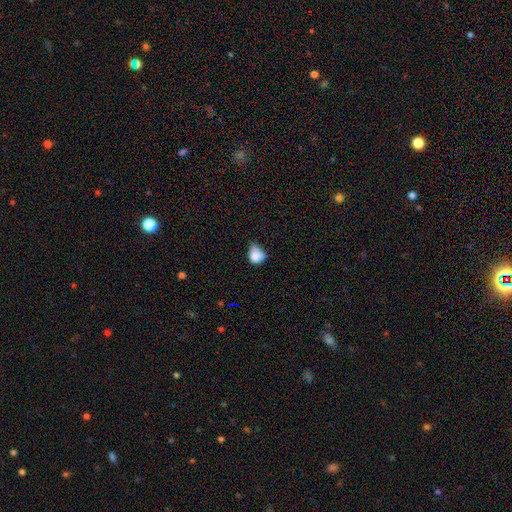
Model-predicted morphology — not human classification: Smooth or featured: smooth — 80% (star or artifact — 10%)
How rounded: round — 52% (in between — 47%)
Merging: minor disturbance — 49% (none — 29%)